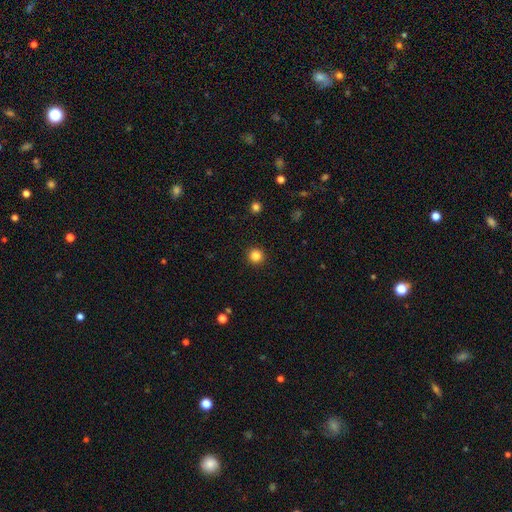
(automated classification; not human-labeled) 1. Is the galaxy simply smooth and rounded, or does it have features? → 84% smooth, 12% star or artifact, 4% featured or disk.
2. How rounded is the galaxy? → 95% round, 4% in between, 1% cigar-shaped.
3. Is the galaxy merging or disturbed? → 93% none, 5% minor disturbance, 2% major disturbance, 1% merger.